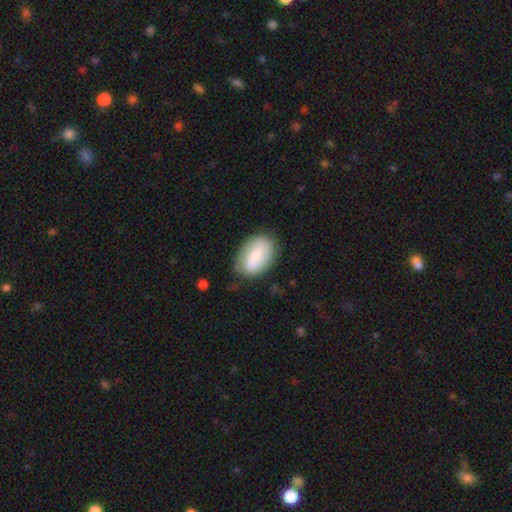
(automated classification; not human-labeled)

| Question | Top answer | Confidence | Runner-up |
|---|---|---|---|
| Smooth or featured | smooth | 55% | featured or disk (39%) |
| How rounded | in between | 87% | round (11%) |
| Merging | none | 78% | minor disturbance (16%) |